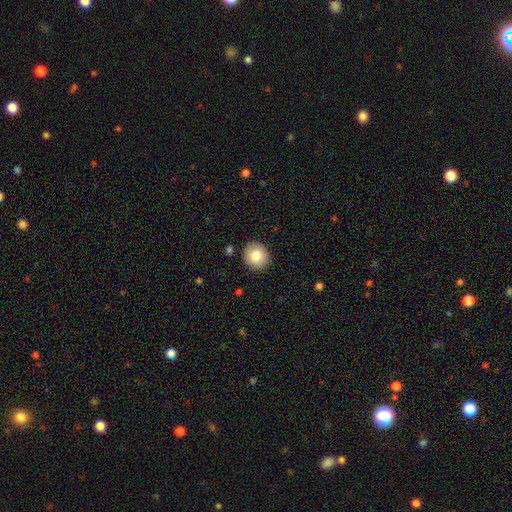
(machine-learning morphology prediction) A smooth galaxy with no disk features (82%) that is round (87%).

Vote fractions:
- Smooth or featured? smooth: 82% / featured or disk: 9% / star or artifact: 8%
- How rounded? round: 87% / in between: 12% / cigar-shaped: 1%
- Merging? none: 90% / minor disturbance: 7% / major disturbance: 2% / merger: 1%